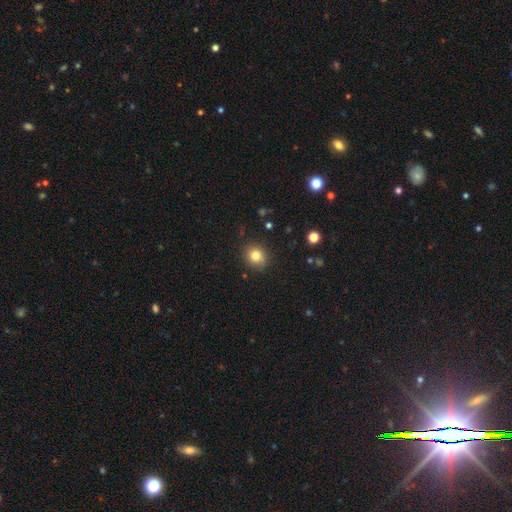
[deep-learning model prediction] Q: Smooth or featured?
A: smooth (82%); runner-up: star or artifact (11%)
Q: How rounded?
A: round (79%); runner-up: in between (20%)
Q: Merging?
A: none (88%); runner-up: minor disturbance (9%)